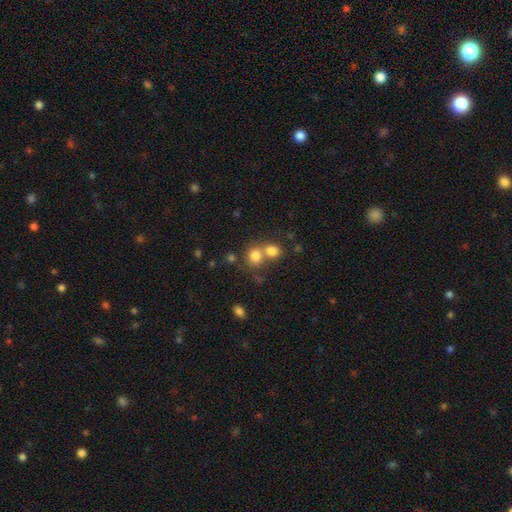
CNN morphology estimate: The model was most divided on "merging": merger: 47%, none: 43%, minor disturbance: 7%, major disturbance: 3%. More confident: smooth or featured — smooth (79%); how rounded — round (77%).